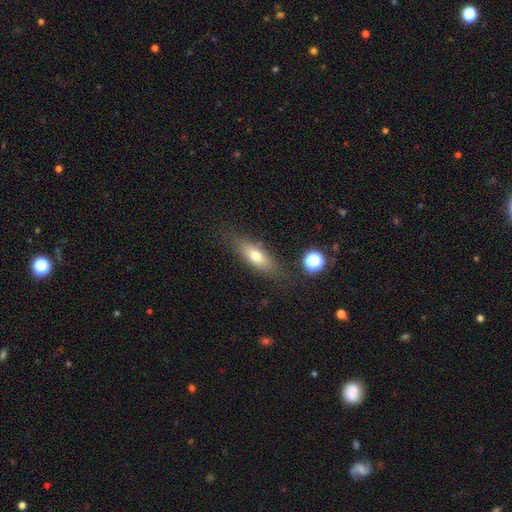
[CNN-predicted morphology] Q: Smooth or featured?
A: smooth (66%); runner-up: featured or disk (25%)
Q: How rounded?
A: in between (56%); runner-up: cigar-shaped (39%)
Q: Merging?
A: none (77%); runner-up: minor disturbance (15%)